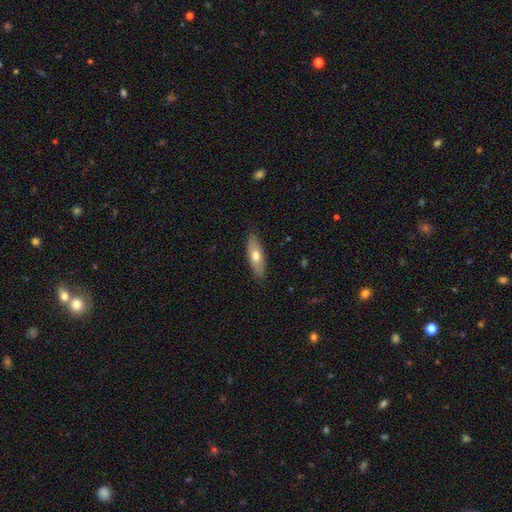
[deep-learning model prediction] smooth_or_featured: smooth (p=0.64) [alt: featured or disk p=0.31]
how_rounded: in between (p=0.64) [alt: cigar-shaped p=0.33]
merging: none (p=0.84) [alt: minor disturbance p=0.12]